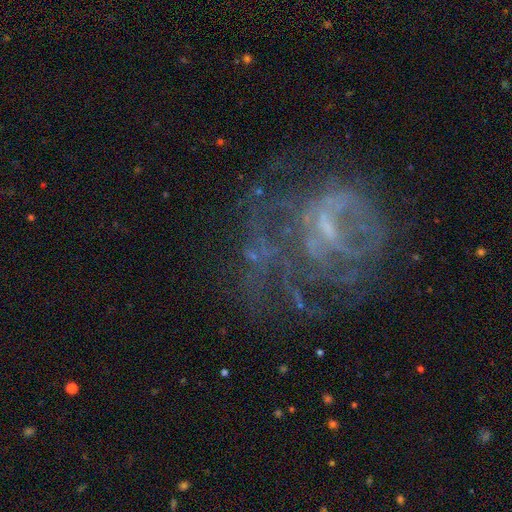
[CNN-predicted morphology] A featured or disk galaxy (68%) with no bar (53%), no spiral arms (52%) and a small central bulge (42%). Merging: none (45%).